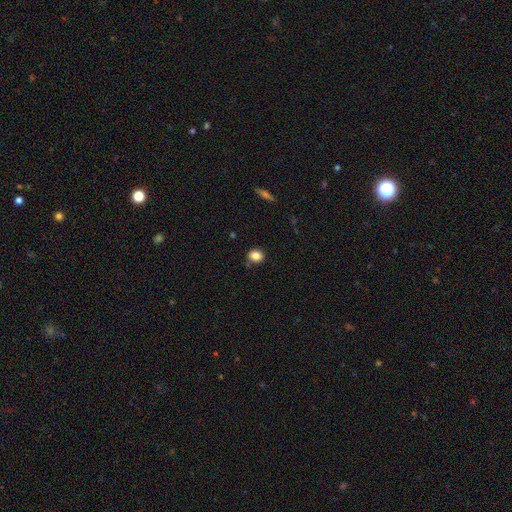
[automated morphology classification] Smooth or featured: smooth — 84% (star or artifact — 10%)
How rounded: round — 58% (in between — 41%)
Merging: none — 78% (minor disturbance — 16%)